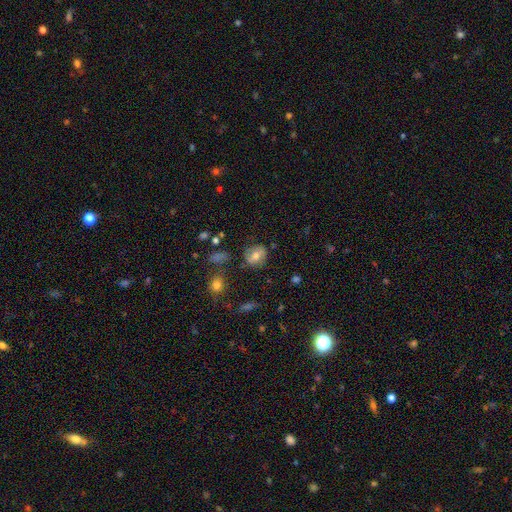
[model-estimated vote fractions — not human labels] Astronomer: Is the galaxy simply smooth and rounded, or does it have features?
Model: smooth — 55% (runner-up: featured or disk, 33%).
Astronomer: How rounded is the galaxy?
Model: round — 65%.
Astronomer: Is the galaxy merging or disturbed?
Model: none — 74%.